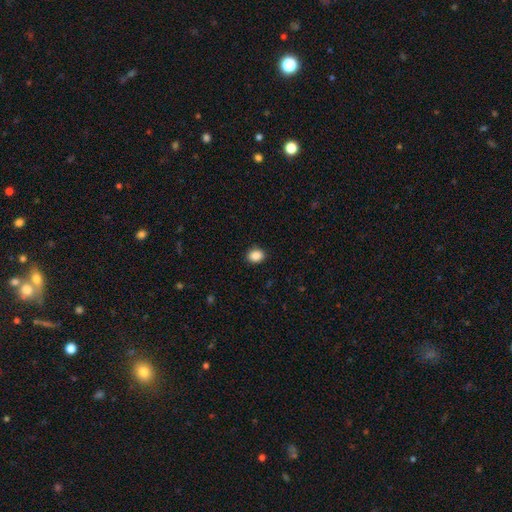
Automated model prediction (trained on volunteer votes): smooth-or-featured: smooth: 88% | star or artifact: 9% | featured or disk: 3%
  how-rounded: round: 50% | in between: 49% | cigar-shaped: 1%
  merging: none: 90% | minor disturbance: 7% | major disturbance: 2% | merger: 1%